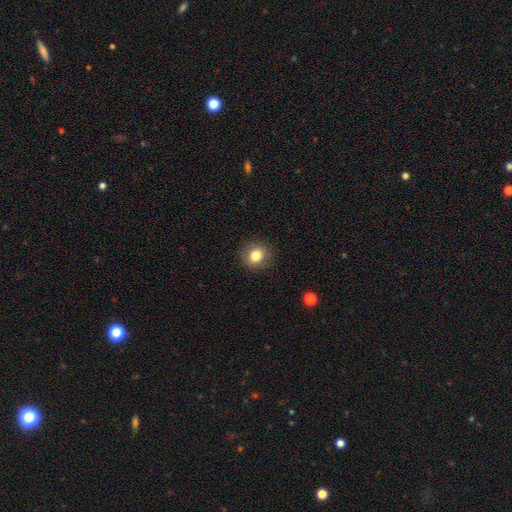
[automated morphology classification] A smooth galaxy with no disk features (82%) that is round (81%). Merging: none (90%).